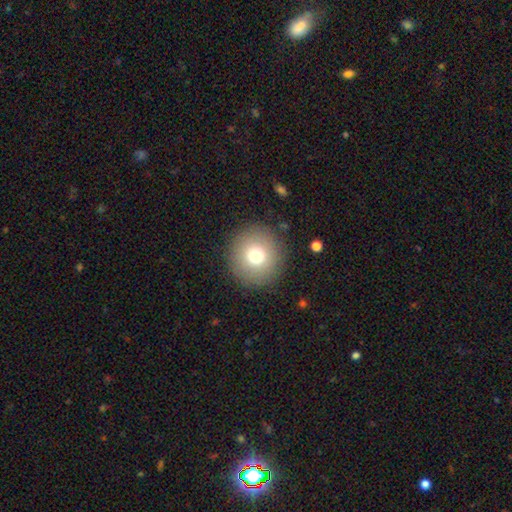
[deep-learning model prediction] Smooth or featured?
  - smooth: 74% *
  - featured or disk: 14%
  - star or artifact: 13%
How rounded?
  - round: 95% *
  - in between: 4%
  - cigar-shaped: 1%
Merging?
  - none: 90% *
  - minor disturbance: 6%
  - major disturbance: 3%
  - merger: 1%